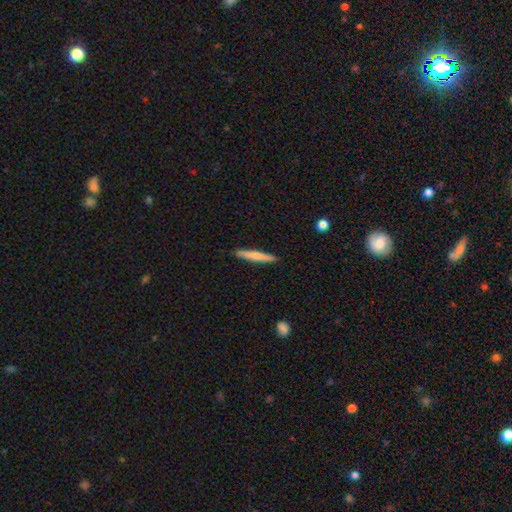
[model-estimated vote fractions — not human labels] The model was most divided on "smooth or featured": smooth: 65%, featured or disk: 29%, star or artifact: 5%. More confident: how rounded — cigar-shaped (95%); merging — none (90%).